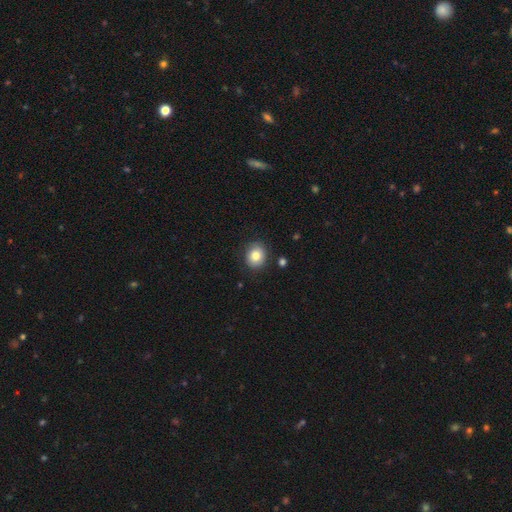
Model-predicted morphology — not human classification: Smooth or featured? smooth (82%)
How rounded? round (74%)
Merging? none (87%)